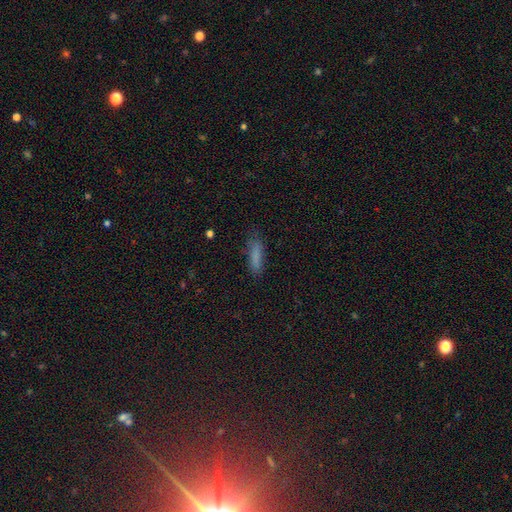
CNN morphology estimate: Overall: smooth (80%). How rounded: cigar-shaped (64%; in between 34%). Merging: none (73%).